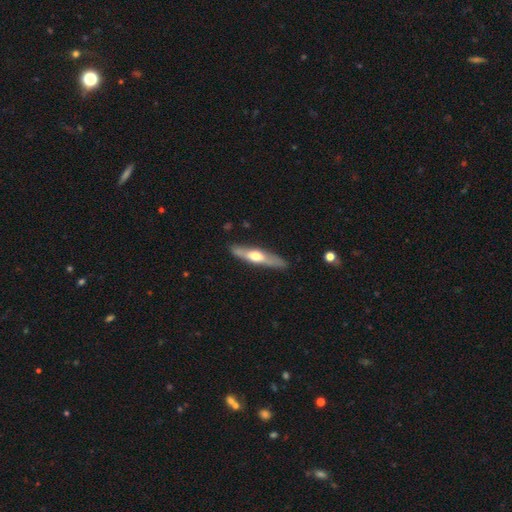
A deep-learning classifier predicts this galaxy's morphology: Smooth or featured? Predicted: featured or disk (p=0.57). Edge-on disk? Predicted: yes (p=0.87). Merging? Predicted: none (p=0.86).